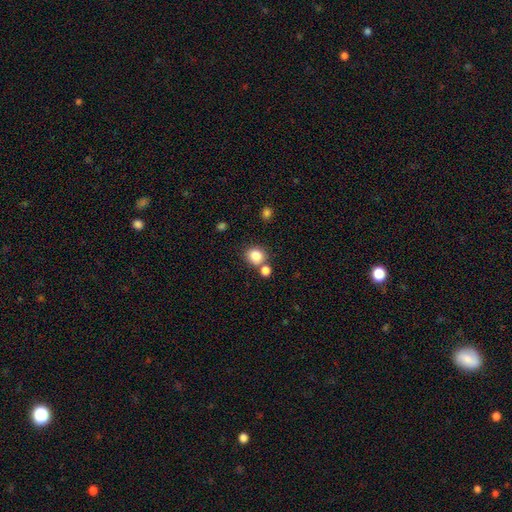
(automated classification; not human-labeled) A smooth galaxy with no disk features (84%) that is round (79%). Merging: none (67%).